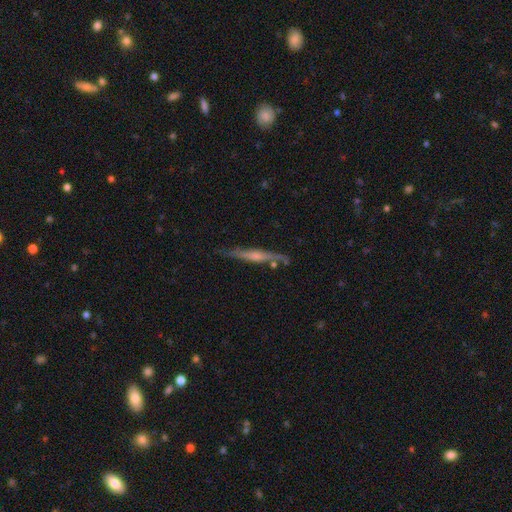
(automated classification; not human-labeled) smooth_or_featured: featured or disk (p=0.67) [alt: smooth p=0.26]
disk_edge_on: yes (p=0.94) [alt: no p=0.06]
edge_on_bulge: rounded (p=0.57) [alt: none p=0.29]
merging: none (p=0.77) [alt: minor disturbance p=0.16]